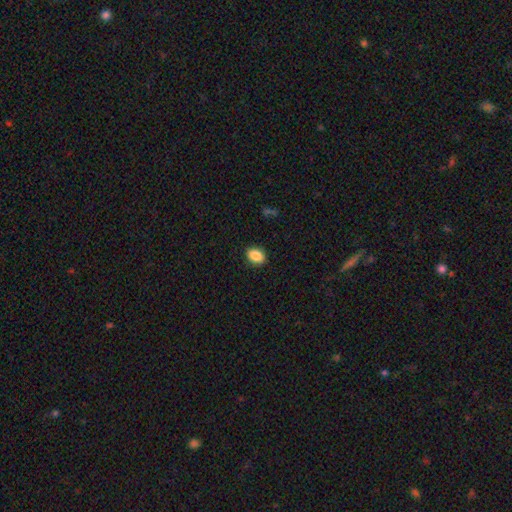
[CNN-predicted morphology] smooth 89%, star or artifact 8%, featured or disk 4%. Down the decision tree: how rounded — in between (76%); merging — none (89%).